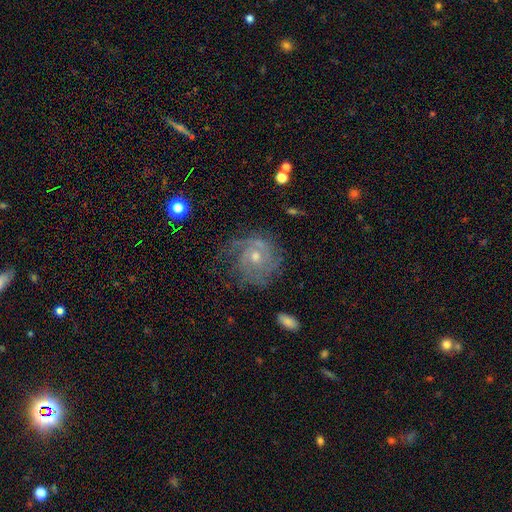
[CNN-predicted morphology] type=featured or disk (81%); edge-on=no (97%); bar=no (71%); spiral arms=yes (92%); winding=tight (59%); arm count=can't tell (35%); bulge=moderate (52%); merging=none (64%).